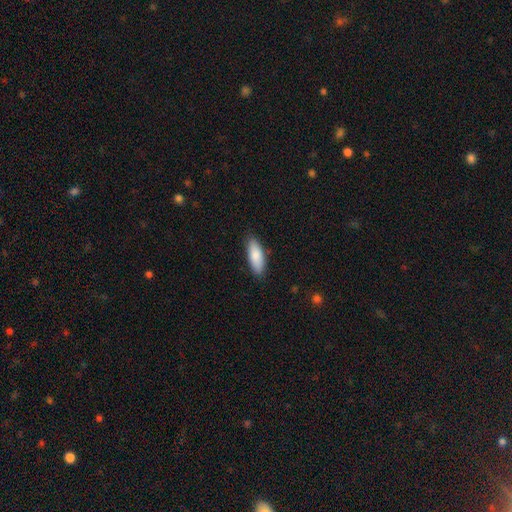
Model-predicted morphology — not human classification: This appears to be a smooth galaxy with no disk features (85%) that is in between round and cigar-shaped (70%). Merging: none (86%).